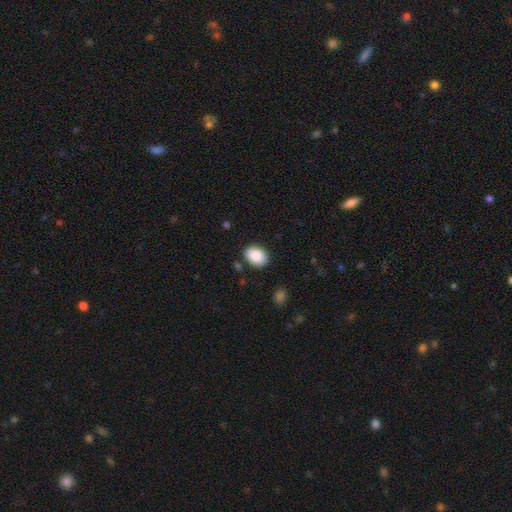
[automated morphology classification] smooth-or-featured: smooth: 89% | star or artifact: 7% | featured or disk: 4%
  how-rounded: in between: 73% | round: 26% | cigar-shaped: 1%
  merging: none: 87% | minor disturbance: 9% | major disturbance: 2% | merger: 2%